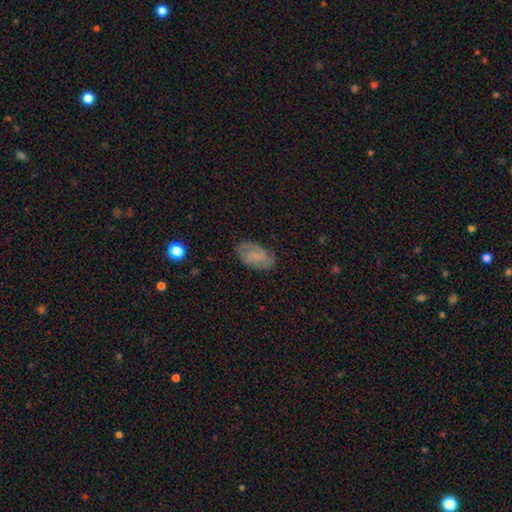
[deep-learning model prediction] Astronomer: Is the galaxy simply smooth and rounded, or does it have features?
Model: featured or disk — 54% (runner-up: smooth, 37%).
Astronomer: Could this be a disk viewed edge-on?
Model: no — 95%.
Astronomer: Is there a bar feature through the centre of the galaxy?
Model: no — 52% (runner-up: weak, 40%).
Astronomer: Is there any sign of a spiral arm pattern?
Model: yes — 87%.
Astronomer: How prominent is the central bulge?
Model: small — 56%.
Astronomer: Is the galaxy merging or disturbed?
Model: none — 81%.